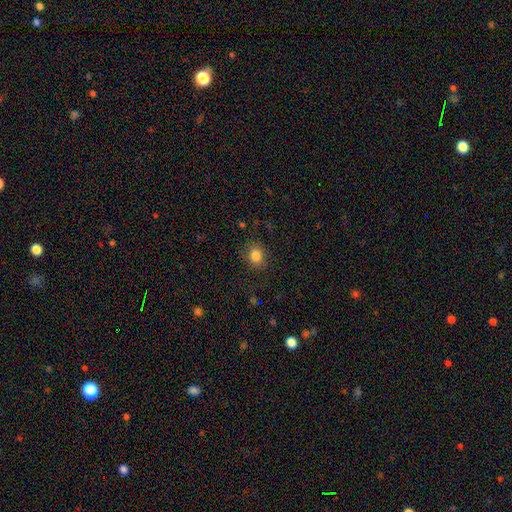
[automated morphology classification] A smooth galaxy with no disk features (83%) that is round (63%).

Vote fractions:
- Smooth or featured? smooth: 83% / star or artifact: 11% / featured or disk: 6%
- How rounded? round: 63% / in between: 36% / cigar-shaped: 1%
- Merging? none: 84% / minor disturbance: 11% / major disturbance: 4% / merger: 1%